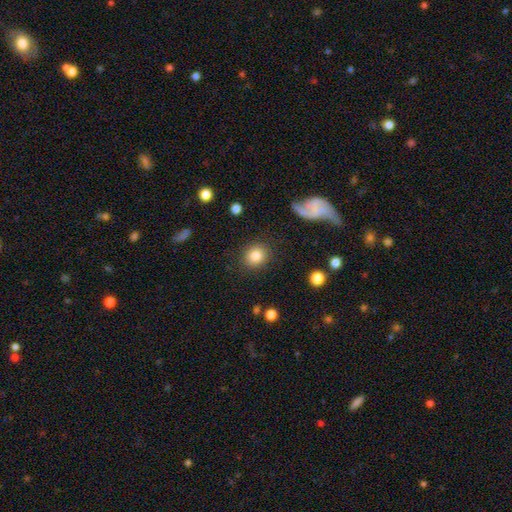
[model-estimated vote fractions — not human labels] Smooth or featured? Predicted: smooth (p=0.83). How rounded? Predicted: round (p=0.81). Merging? Predicted: none (p=0.87).